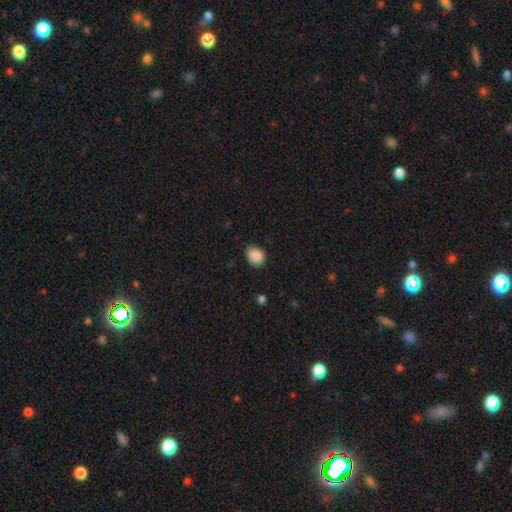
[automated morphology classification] This appears to be a smooth galaxy with no disk features (88%) that is round (60%). Merging: none (79%).